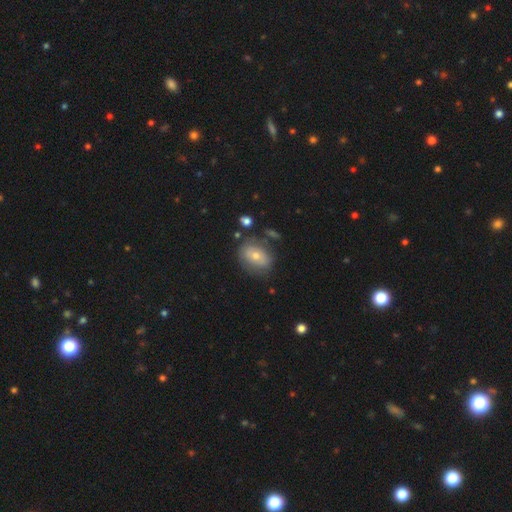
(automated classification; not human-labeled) The model was most divided on "smooth or featured": smooth: 59%, featured or disk: 33%, star or artifact: 8%. More confident: merging — none (69%); how rounded — in between (65%).